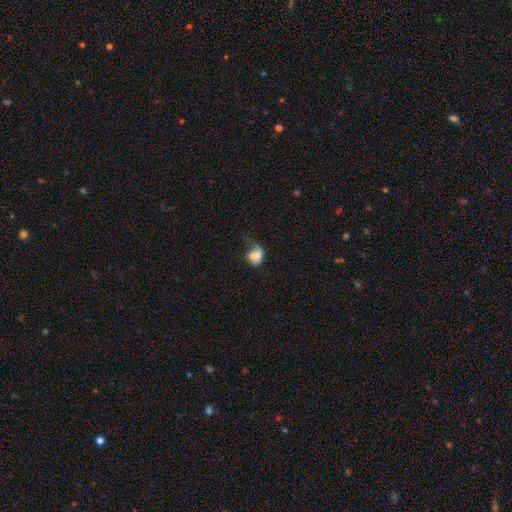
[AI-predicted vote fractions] A smooth galaxy with no disk features (68%) that is in between round and cigar-shaped (62%).

Vote fractions:
- Smooth or featured? smooth: 68% / featured or disk: 21% / star or artifact: 10%
- How rounded? in between: 62% / round: 37% / cigar-shaped: 2%
- Merging? merger: 42% / none: 23% / minor disturbance: 18% / major disturbance: 17%